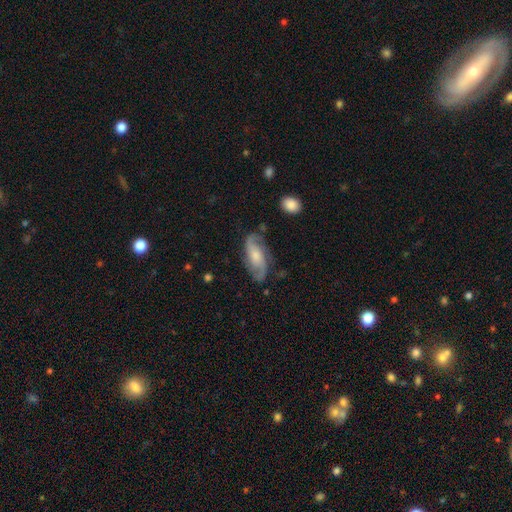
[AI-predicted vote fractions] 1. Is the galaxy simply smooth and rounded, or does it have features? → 77% featured or disk, 17% smooth, 6% star or artifact.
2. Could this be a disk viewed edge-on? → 94% no, 6% yes.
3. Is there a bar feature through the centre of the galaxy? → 56% no, 35% weak, 9% strong.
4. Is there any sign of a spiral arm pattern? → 95% yes, 5% no.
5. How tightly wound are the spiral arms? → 47% medium, 31% loose, 22% tight.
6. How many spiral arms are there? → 84% 2, 7% can't tell, 4% 3, 2% 1, 1% 4, 1% more than 4.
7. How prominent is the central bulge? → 45% moderate, 32% small, 13% large, 8% none, 2% dominant.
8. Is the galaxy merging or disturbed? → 73% none, 18% minor disturbance, 7% major disturbance, 2% merger.